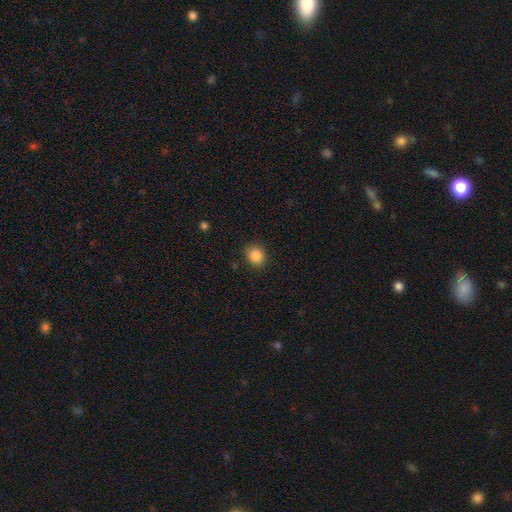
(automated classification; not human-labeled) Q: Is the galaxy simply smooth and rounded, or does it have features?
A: smooth — 86%.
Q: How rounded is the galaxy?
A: round — 66%.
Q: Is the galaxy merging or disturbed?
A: none — 87%.